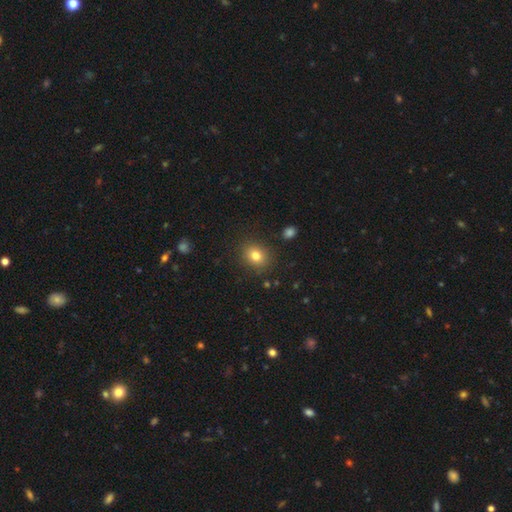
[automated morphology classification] Smooth or featured?
  - smooth: 81% *
  - star or artifact: 12%
  - featured or disk: 8%
How rounded?
  - round: 62% *
  - in between: 37%
  - cigar-shaped: 1%
Merging?
  - none: 86% *
  - minor disturbance: 9%
  - major disturbance: 3%
  - merger: 2%